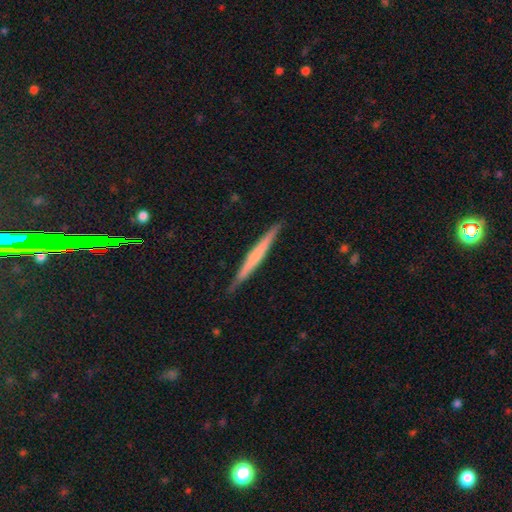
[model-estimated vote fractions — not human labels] smooth_or_featured: featured or disk (p=0.48) [alt: smooth p=0.46]
merging: none (p=0.89) [alt: minor disturbance p=0.09]